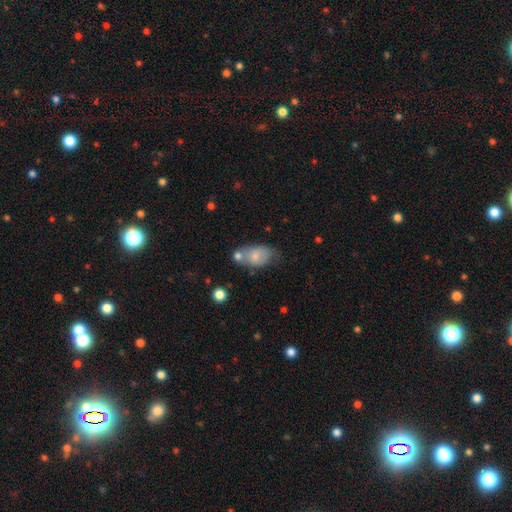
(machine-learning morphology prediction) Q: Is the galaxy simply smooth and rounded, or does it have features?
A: smooth — 72%.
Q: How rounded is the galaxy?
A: in between — 89%.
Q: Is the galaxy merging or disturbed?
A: none — 40%.